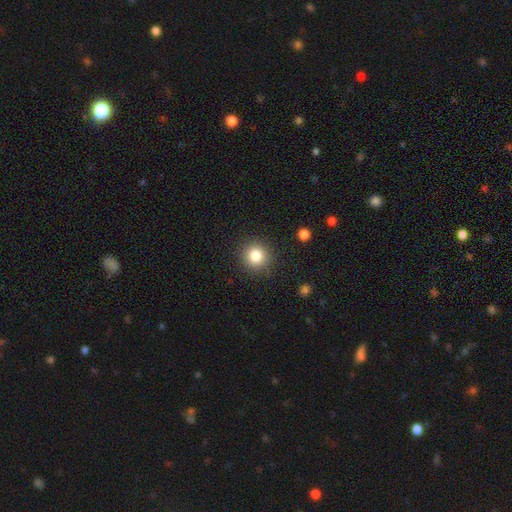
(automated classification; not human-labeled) Overall: smooth (82%). How rounded: round (93%). Merging: none (90%).